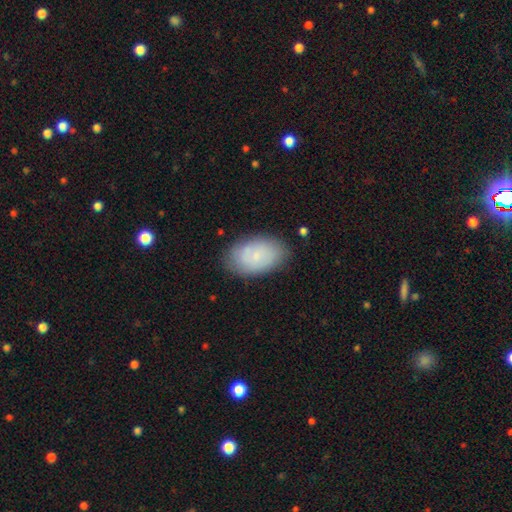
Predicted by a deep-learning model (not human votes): This is likely a smooth galaxy (64%). How rounded: clearly in between (92%). Merging: likely none (79%).